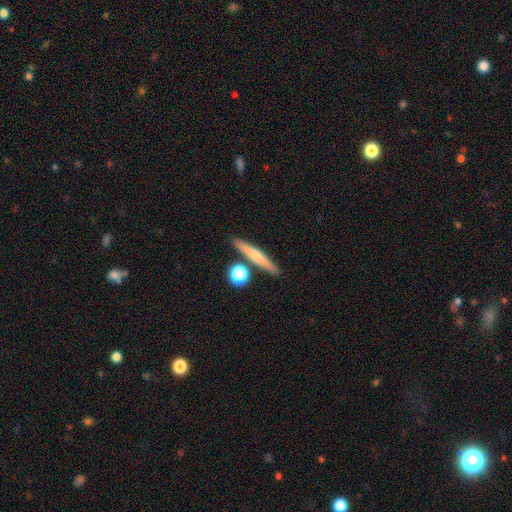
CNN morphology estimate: This is possibly a smooth galaxy (58%). How rounded: clearly cigar-shaped (86%). Merging: clearly none (82%).